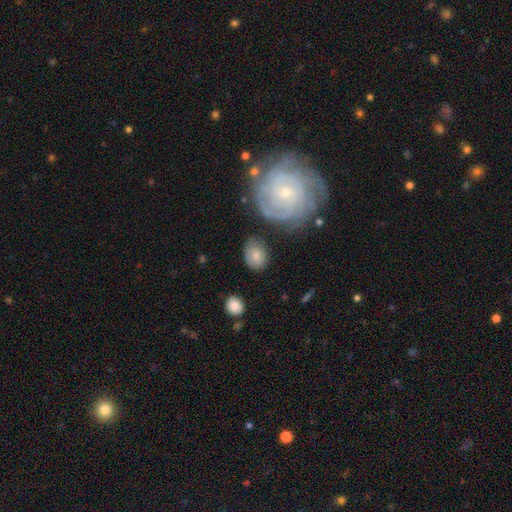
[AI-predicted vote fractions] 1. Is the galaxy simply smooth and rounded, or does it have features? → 70% smooth, 23% featured or disk, 7% star or artifact.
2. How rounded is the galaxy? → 63% in between, 36% round, 1% cigar-shaped.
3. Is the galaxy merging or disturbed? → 70% none, 19% minor disturbance, 7% major disturbance, 4% merger.